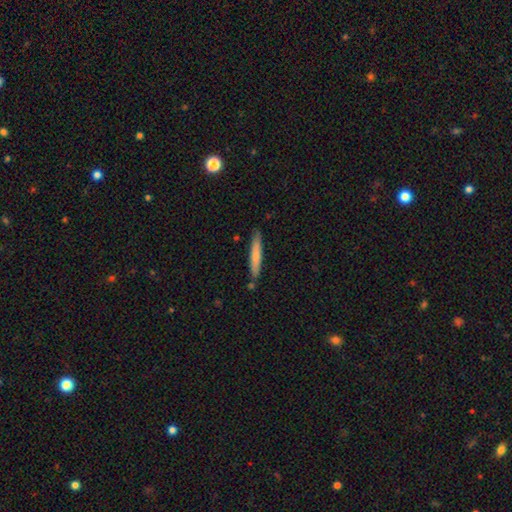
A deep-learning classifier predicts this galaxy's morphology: Smooth or featured? smooth (69%)
How rounded? cigar-shaped (94%)
Merging? none (83%)